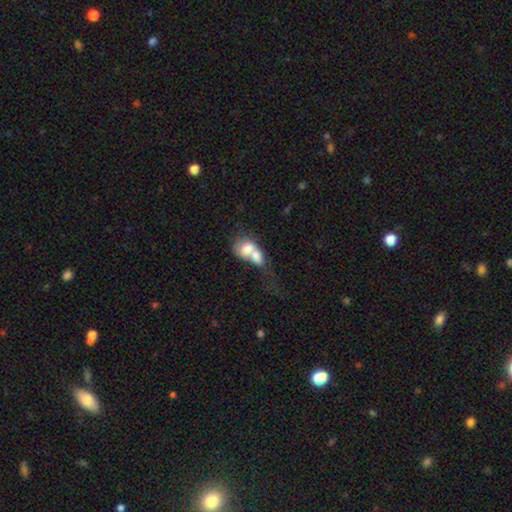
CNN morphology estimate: smooth 66%, featured or disk 26%, star or artifact 8%. Down the decision tree: how rounded — in between (62%); merging — merger (77%).